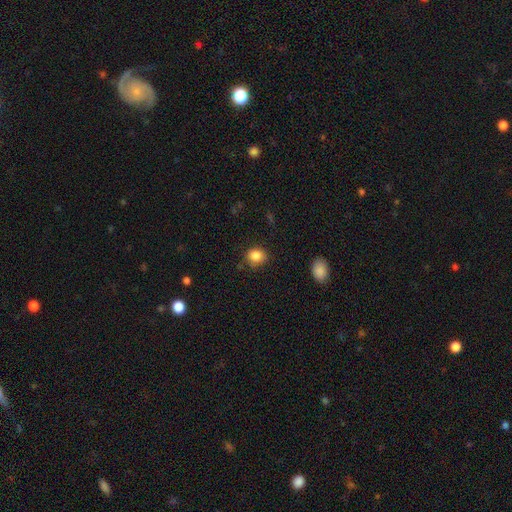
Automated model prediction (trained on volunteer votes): Smooth or featured?
  - smooth: 85% *
  - star or artifact: 10%
  - featured or disk: 5%
How rounded?
  - round: 70% *
  - in between: 29%
  - cigar-shaped: 1%
Merging?
  - none: 79% *
  - minor disturbance: 15%
  - major disturbance: 3%
  - merger: 2%